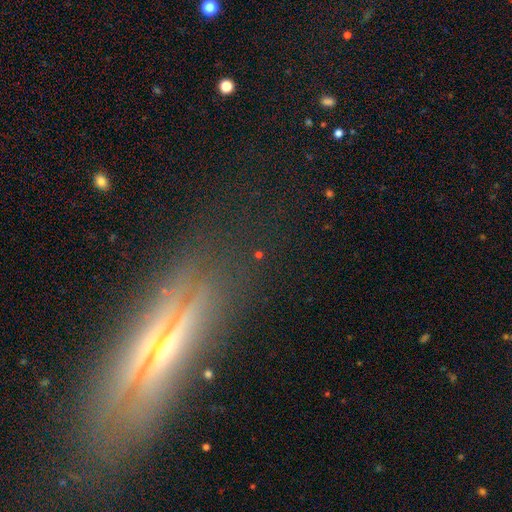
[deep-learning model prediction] Overall: featured or disk (64%). Edge-on disk: yes (84%). Edge-on bulge: rounded (88%). Merging: none (78%).